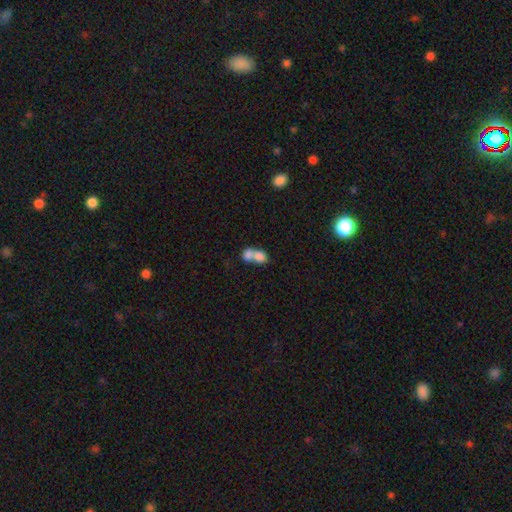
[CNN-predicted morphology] A smooth galaxy with no disk features (78%) that is in between round and cigar-shaped (52%). Merging: merger (75%).